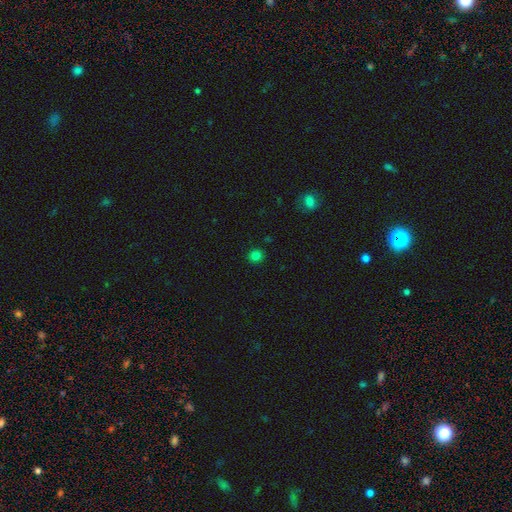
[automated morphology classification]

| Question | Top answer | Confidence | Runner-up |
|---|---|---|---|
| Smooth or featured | smooth | 80% | star or artifact (15%) |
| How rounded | round | 89% | in between (10%) |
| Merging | none | 90% | minor disturbance (7%) |